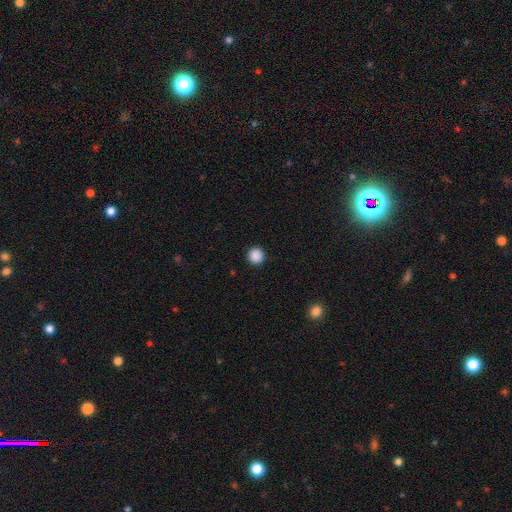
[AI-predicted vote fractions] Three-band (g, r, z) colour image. It shows a smooth galaxy with no disk features (89%) that is round (95%). Merging: none (93%).